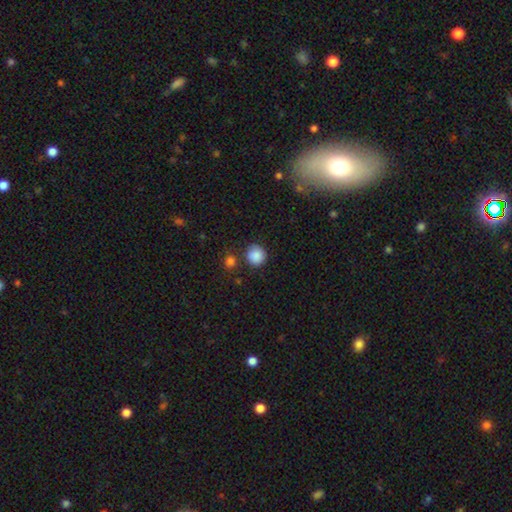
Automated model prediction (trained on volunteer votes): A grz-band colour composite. It shows a smooth galaxy with no disk features (88%) that is round (91%). Merging: none (78%).